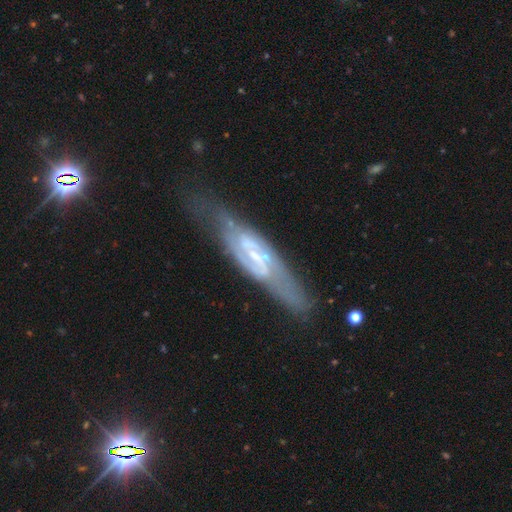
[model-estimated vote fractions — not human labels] Smooth or featured? Predicted: featured or disk (p=0.79). Edge-on disk? Predicted: no (p=0.66). Bar? Predicted: weak (p=0.40). Spiral arms? Predicted: yes (p=0.68). Bulge size? Predicted: small (p=0.63). Merging? Predicted: none (p=0.61).